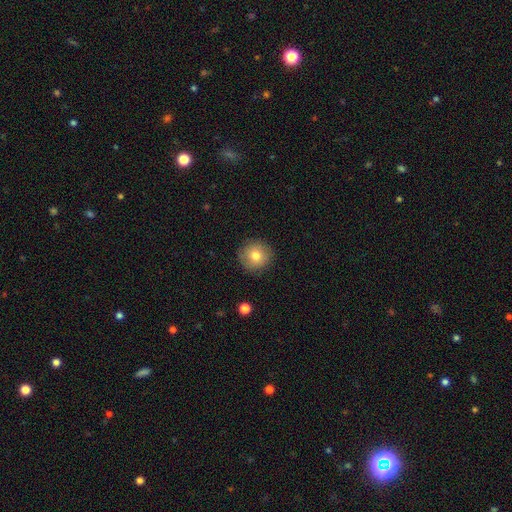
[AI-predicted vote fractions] Morphology: type=smooth (76%); roundness=round (94%); merging=none (87%).